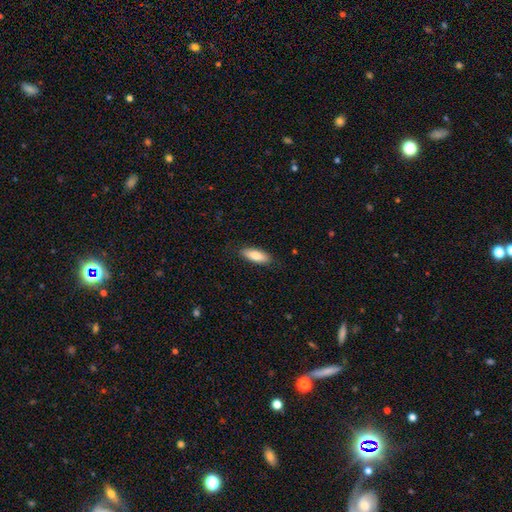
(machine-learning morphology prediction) Smooth or featured? smooth (81%)
How rounded? in between (68%)
Merging? none (87%)